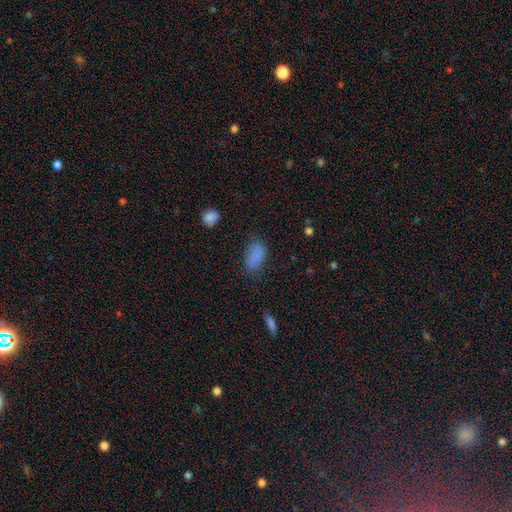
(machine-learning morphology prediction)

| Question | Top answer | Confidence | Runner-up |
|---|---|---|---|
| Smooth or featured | smooth | 80% | star or artifact (12%) |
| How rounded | in between | 92% | round (5%) |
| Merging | none | 67% | minor disturbance (23%) |